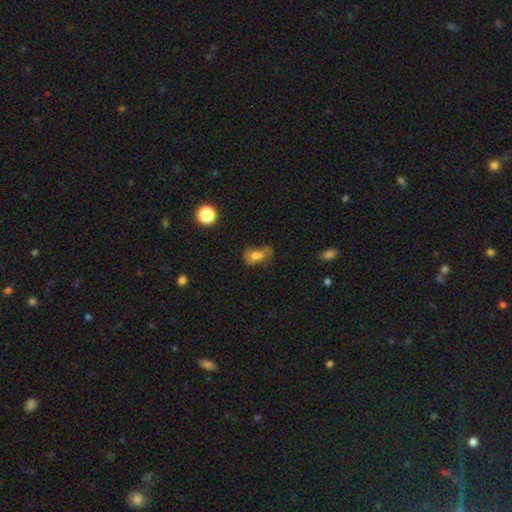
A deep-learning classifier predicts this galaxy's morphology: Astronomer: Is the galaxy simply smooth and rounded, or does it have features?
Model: smooth — 63%.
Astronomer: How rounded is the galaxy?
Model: in between — 75%.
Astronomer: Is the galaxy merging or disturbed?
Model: none — 30% (runner-up: merger, 25%).